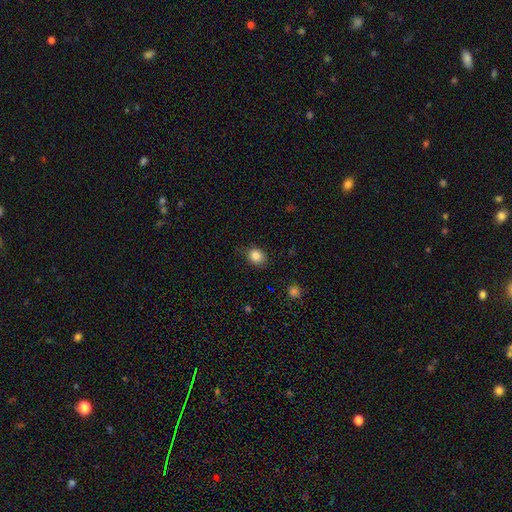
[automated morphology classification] The model was most divided on "how rounded": round: 63%, in between: 36%, cigar-shaped: 1%. More confident: smooth or featured — smooth (85%); merging — none (84%).